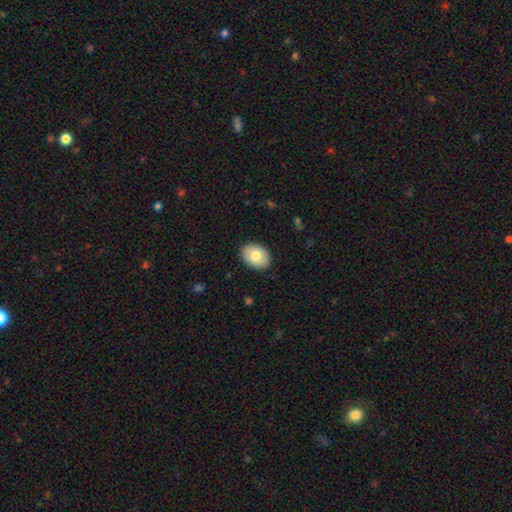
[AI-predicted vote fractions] Overall: smooth (80%). How rounded: in between (78%). Merging: none (88%).